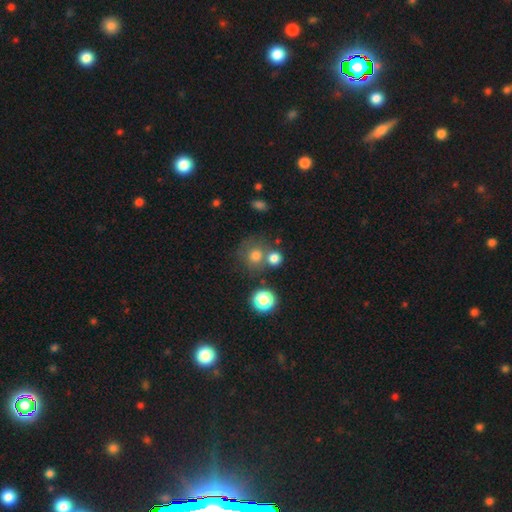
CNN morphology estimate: Smooth or featured? Predicted: smooth (p=0.74). How rounded? Predicted: round (p=0.86). Merging? Predicted: none (p=0.58).